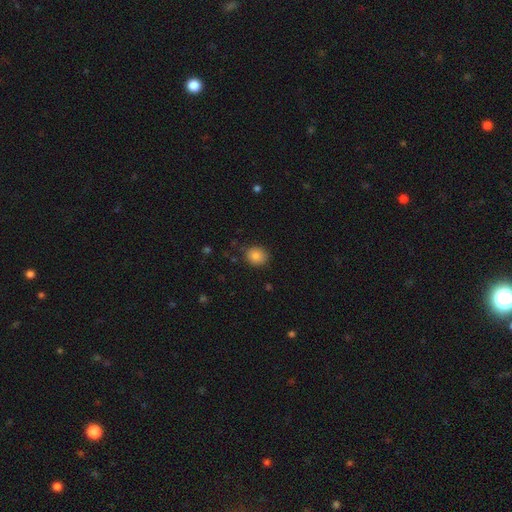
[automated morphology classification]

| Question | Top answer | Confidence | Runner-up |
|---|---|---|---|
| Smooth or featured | smooth | 84% | star or artifact (10%) |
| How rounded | round | 69% | in between (30%) |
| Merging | none | 83% | minor disturbance (13%) |